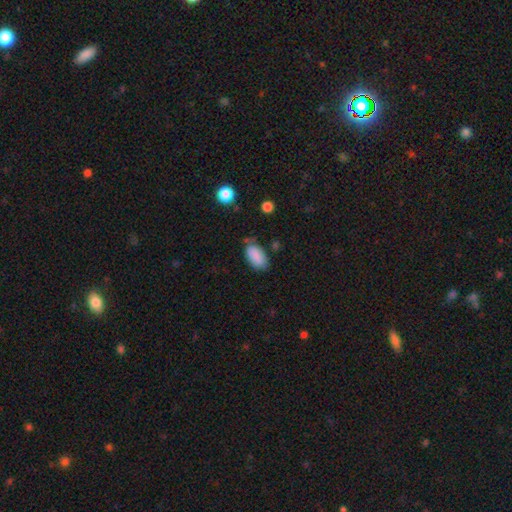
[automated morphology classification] This appears to be a smooth galaxy with no disk features (88%) that is in between round and cigar-shaped (94%). Merging: none (70%).